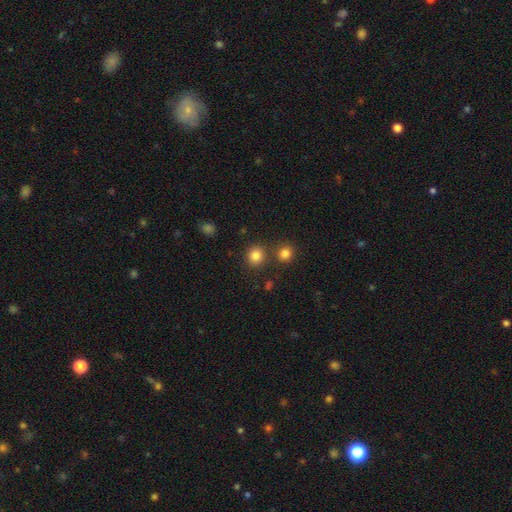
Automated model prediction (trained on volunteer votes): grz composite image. It shows a smooth galaxy with no disk features (83%) that is round (87%). Merging: none (81%).